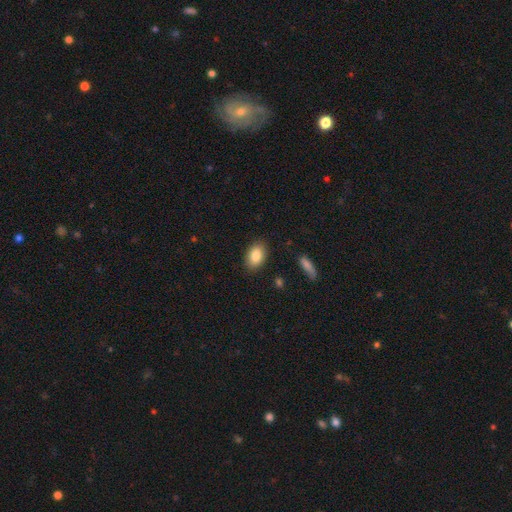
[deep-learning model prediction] A smooth galaxy with no disk features (85%) that is in between round and cigar-shaped (89%). Merging: none (87%).